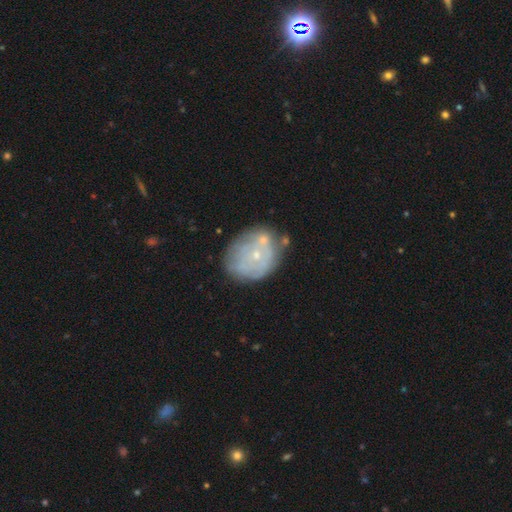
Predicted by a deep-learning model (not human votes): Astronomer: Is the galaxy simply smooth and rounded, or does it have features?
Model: featured or disk — 58%.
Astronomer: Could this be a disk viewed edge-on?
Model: no — 97%.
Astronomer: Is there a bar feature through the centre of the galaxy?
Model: no — 88%.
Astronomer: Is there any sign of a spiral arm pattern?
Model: no — 62% (runner-up: yes, 38%).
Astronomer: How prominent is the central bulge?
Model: small — 74%.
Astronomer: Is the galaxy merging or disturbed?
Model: none — 54%.